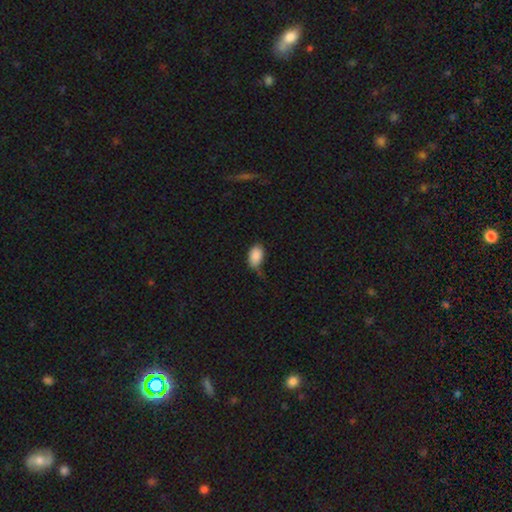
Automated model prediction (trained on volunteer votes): Smooth or featured: smooth — 88% (star or artifact — 7%)
How rounded: in between — 91% (round — 7%)
Merging: none — 47% (minor disturbance — 36%)